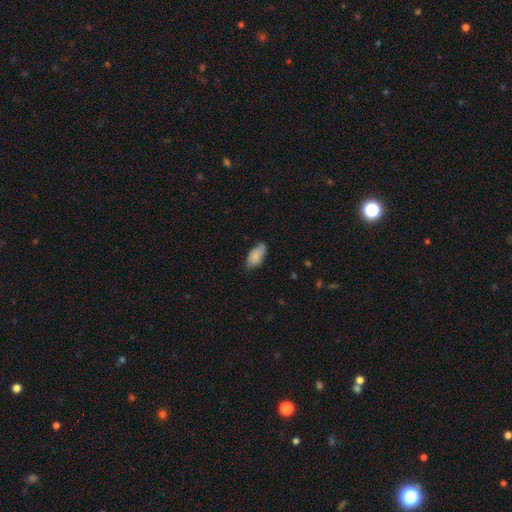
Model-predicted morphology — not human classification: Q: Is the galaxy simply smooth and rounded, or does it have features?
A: smooth — 80%.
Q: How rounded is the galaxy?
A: in between — 93%.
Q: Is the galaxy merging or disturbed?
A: none — 61%.